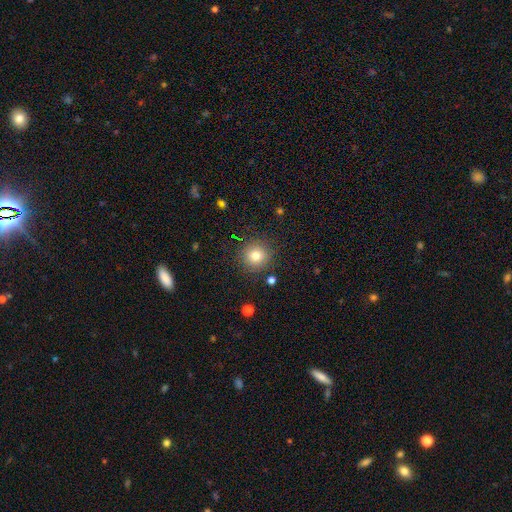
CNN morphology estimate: smooth 80%, star or artifact 12%, featured or disk 8%. Down the decision tree: how rounded — round (94%); merging — none (88%).